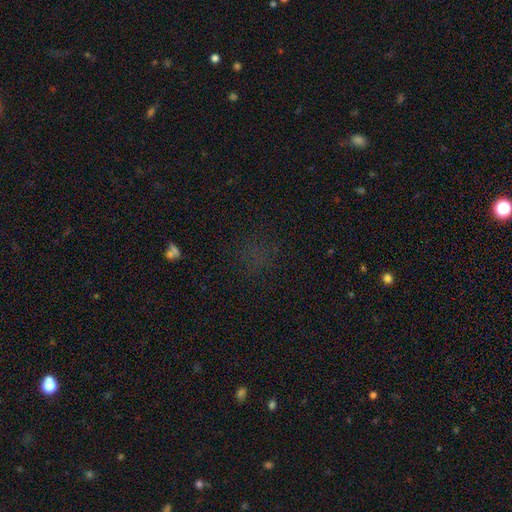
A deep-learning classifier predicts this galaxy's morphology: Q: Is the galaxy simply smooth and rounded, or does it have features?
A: star or artifact — 50%.